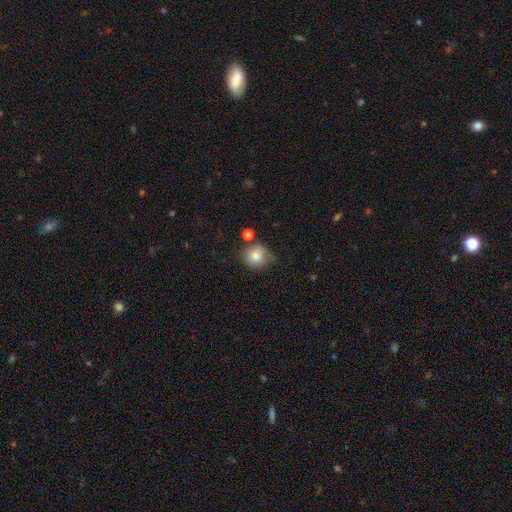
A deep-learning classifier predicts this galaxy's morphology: A smooth galaxy with no disk features (77%) that is round (81%).

Vote fractions:
- Smooth or featured? smooth: 77% / featured or disk: 12% / star or artifact: 10%
- How rounded? round: 81% / in between: 18% / cigar-shaped: 1%
- Merging? none: 58% / minor disturbance: 24% / merger: 10% / major disturbance: 8%